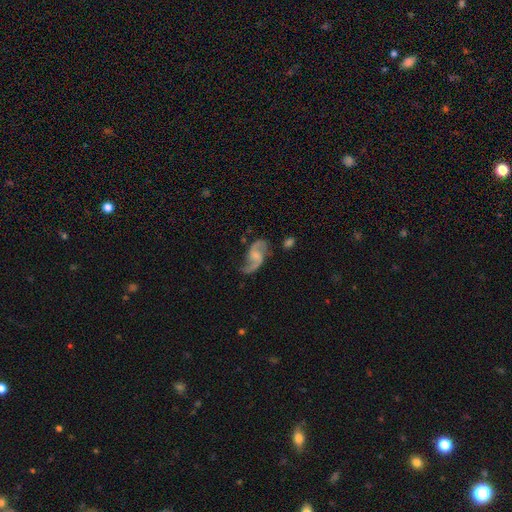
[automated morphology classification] Smooth or featured: featured or disk — 88% (smooth — 7%)
Edge-on disk: no — 98% (yes — 2%)
Bar: no — 48% (weak — 43%)
Spiral arms: yes — 97% (no — 3%)
Spiral winding: loose — 64% (medium — 30%)
Spiral arm count: 2 — 93% (1 — 3%)
Bulge size: small — 39% (none — 32%)
Merging: none — 70% (minor disturbance — 17%)